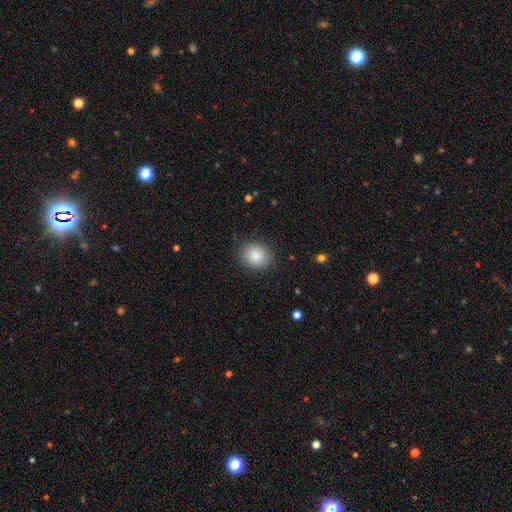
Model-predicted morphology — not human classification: This is clearly a smooth galaxy (85%). How rounded: likely round (73%). Merging: clearly none (87%).